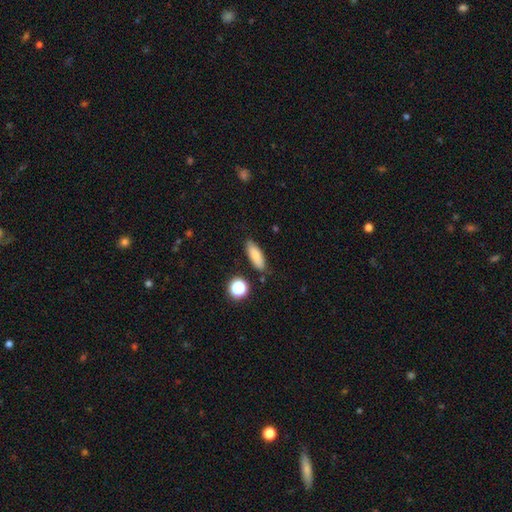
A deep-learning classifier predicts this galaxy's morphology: Smooth or featured: smooth — 81% (featured or disk — 10%)
How rounded: in between — 64% (cigar-shaped — 32%)
Merging: none — 82% (minor disturbance — 12%)